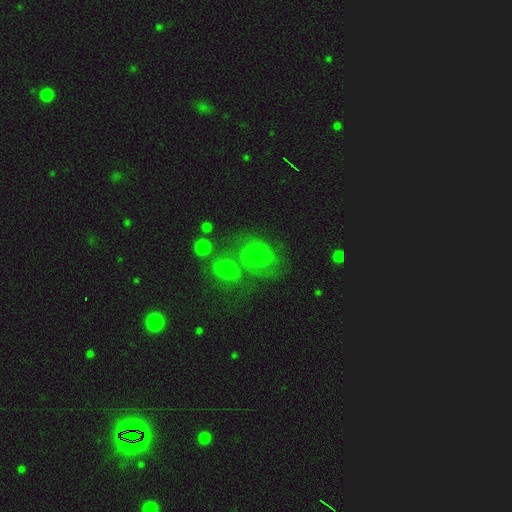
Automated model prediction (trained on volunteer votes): Smooth or featured?
  - smooth: 47% *
  - featured or disk: 40%
  - star or artifact: 13%
Merging?
  - none: 45% *
  - merger: 25%
  - minor disturbance: 18%
  - major disturbance: 12%